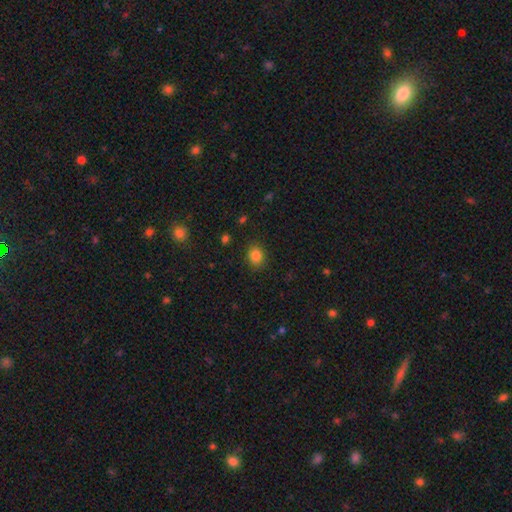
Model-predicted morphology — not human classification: This is clearly a smooth galaxy (84%). How rounded: possibly round (56%). Merging: clearly none (88%).